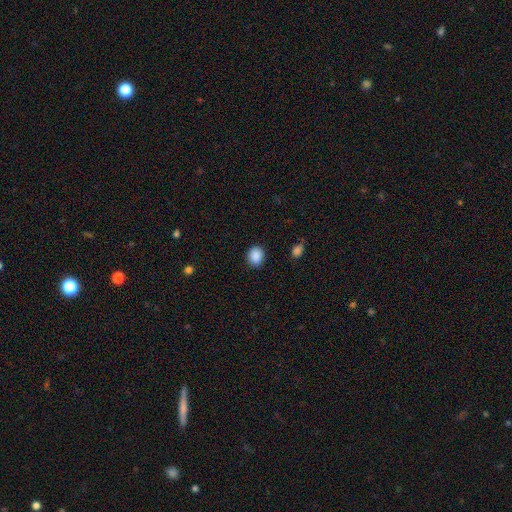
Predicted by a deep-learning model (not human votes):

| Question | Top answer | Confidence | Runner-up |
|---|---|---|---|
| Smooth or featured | smooth | 89% | star or artifact (9%) |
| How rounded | round | 65% | in between (34%) |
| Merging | none | 87% | minor disturbance (9%) |